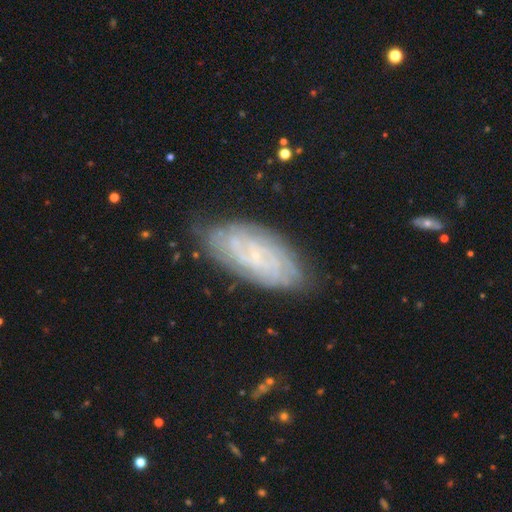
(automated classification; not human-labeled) Morphology: type=featured or disk (69%); edge-on=no (92%); bar=no (54%); spiral arms=yes (87%); winding=tight (68%); arm count=can't tell (54%); bulge=small (75%); merging=none (76%).